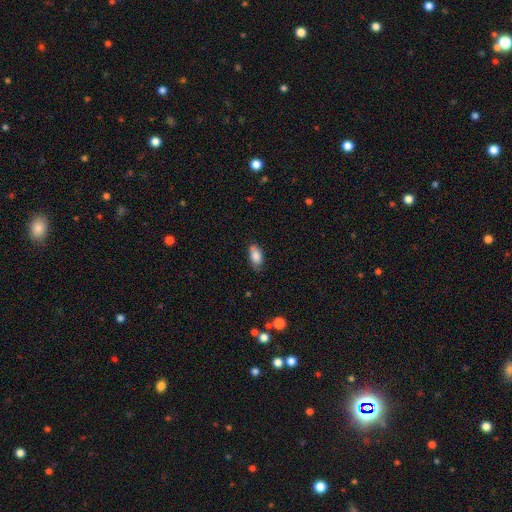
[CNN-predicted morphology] Smooth or featured?
  - smooth: 85% *
  - featured or disk: 8%
  - star or artifact: 7%
How rounded?
  - in between: 91% *
  - cigar-shaped: 5%
  - round: 4%
Merging?
  - none: 72% *
  - minor disturbance: 22%
  - major disturbance: 4%
  - merger: 2%